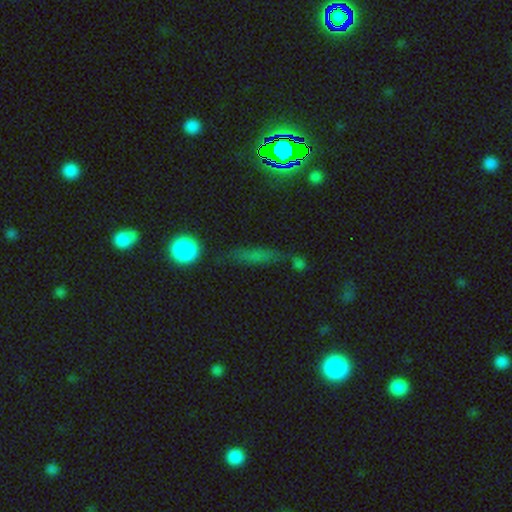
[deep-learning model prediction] Overall: smooth (48%; star or artifact 32%). Merging: none (73%).